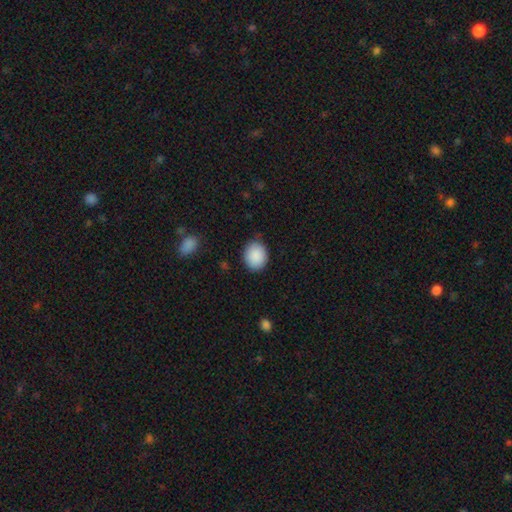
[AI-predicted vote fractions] This is clearly a smooth galaxy (90%). How rounded: possibly round (56%). Merging: clearly none (82%).